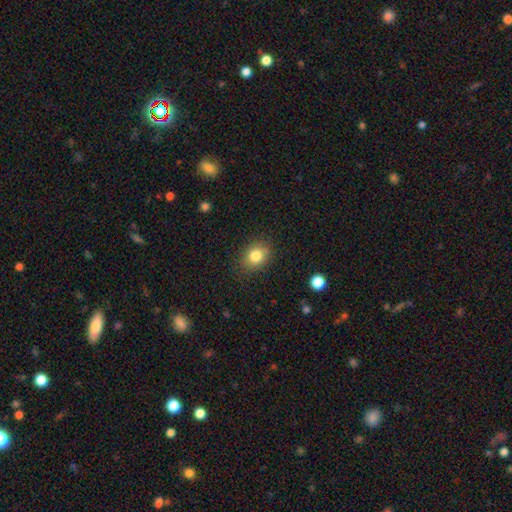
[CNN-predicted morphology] Smooth or featured: smooth — 81% (star or artifact — 10%)
How rounded: in between — 53% (round — 46%)
Merging: none — 83% (minor disturbance — 13%)